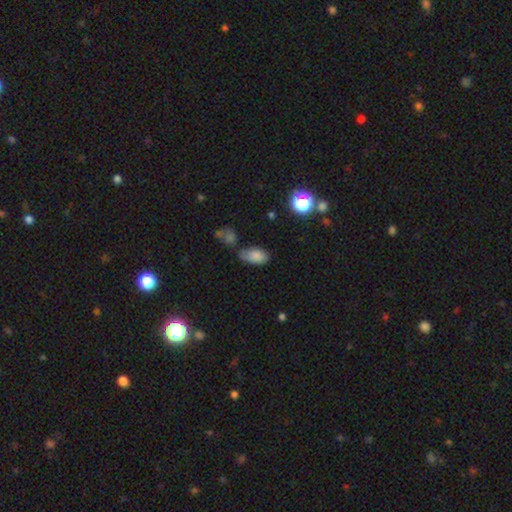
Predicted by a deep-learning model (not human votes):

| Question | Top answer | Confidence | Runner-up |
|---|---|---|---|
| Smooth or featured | smooth | 80% | star or artifact (11%) |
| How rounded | in between | 92% | round (6%) |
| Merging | none | 48% | minor disturbance (28%) |